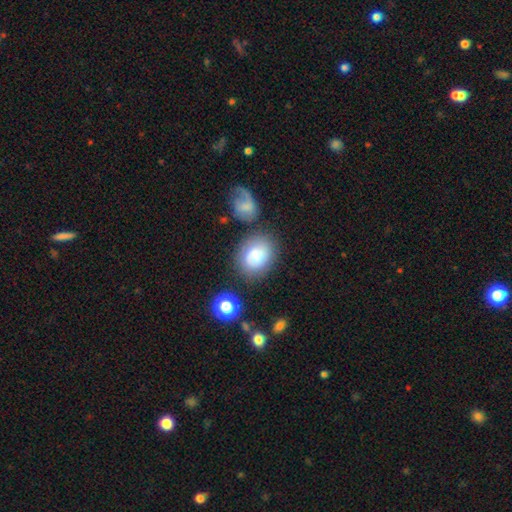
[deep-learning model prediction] Morphology: type=smooth (75%); roundness=in between (50%); merging=none (68%).